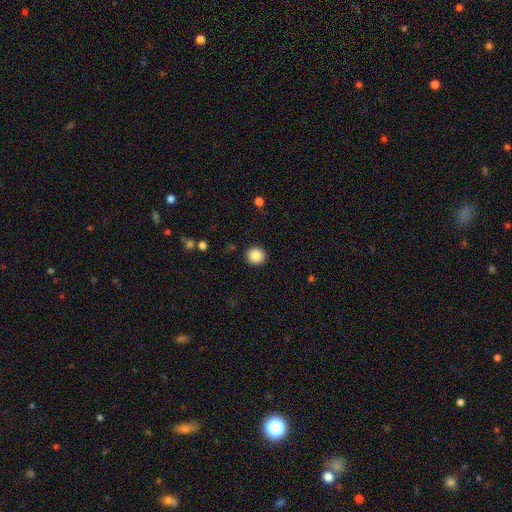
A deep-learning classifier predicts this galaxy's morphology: The model was most divided on "smooth or featured": smooth: 87%, star or artifact: 9%, featured or disk: 4%. More confident: how rounded — round (92%); merging — none (92%).